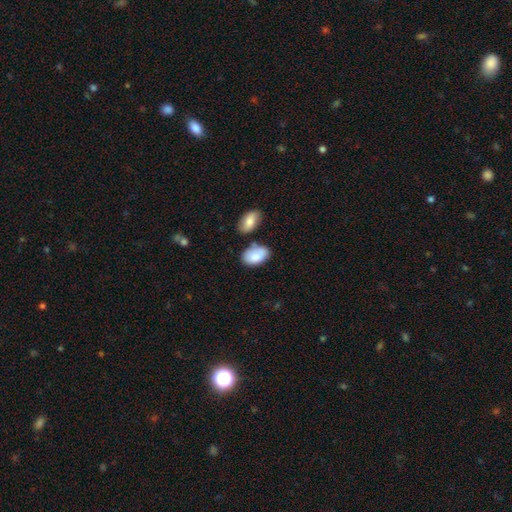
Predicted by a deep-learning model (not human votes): smooth-or-featured: smooth: 85% | featured or disk: 9% | star or artifact: 7%
  how-rounded: in between: 92% | round: 6% | cigar-shaped: 1%
  merging: none: 59% | minor disturbance: 21% | merger: 14% | major disturbance: 5%